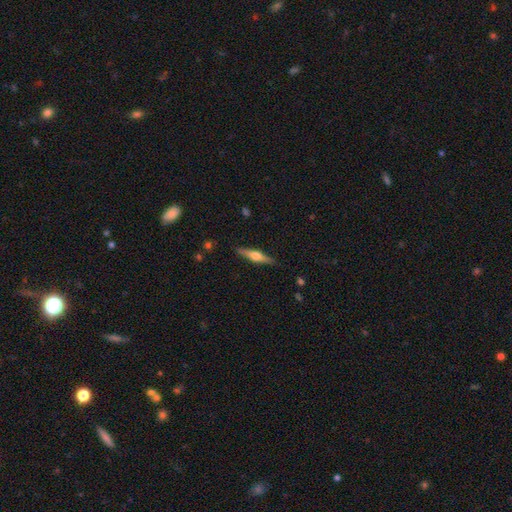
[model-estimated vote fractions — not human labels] A featured or disk galaxy (64%) viewed edge-on (97%) with a rounded central bulge (92%). Merging: none (89%).